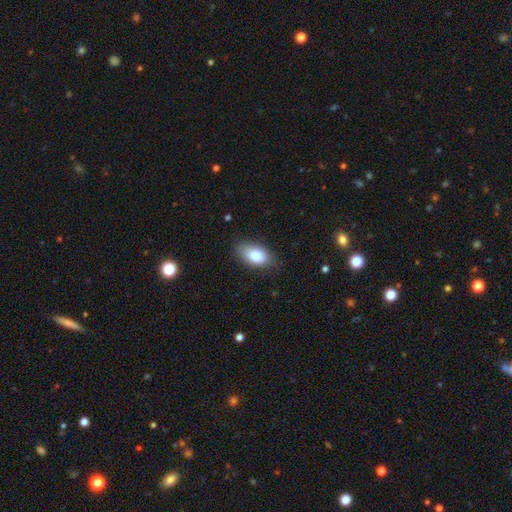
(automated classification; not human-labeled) This is likely a smooth galaxy (79%). How rounded: clearly in between (90%). Merging: clearly none (81%).